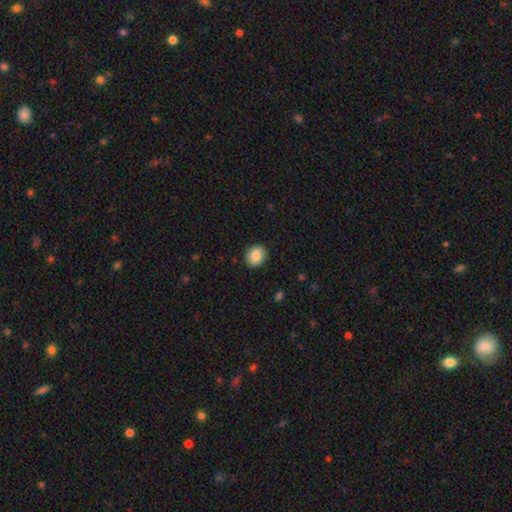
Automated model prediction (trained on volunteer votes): A smooth galaxy with no disk features (88%) that is round (71%).

Vote fractions:
- Smooth or featured? smooth: 88% / star or artifact: 8% / featured or disk: 4%
- How rounded? round: 71% / in between: 28% / cigar-shaped: 1%
- Merging? none: 90% / minor disturbance: 7% / major disturbance: 2% / merger: 1%